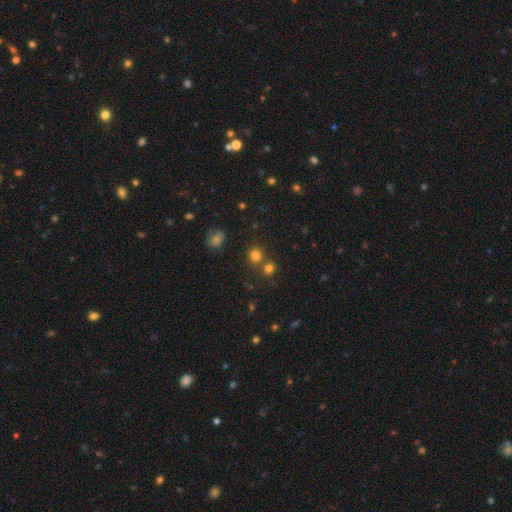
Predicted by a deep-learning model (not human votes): Q: Smooth or featured?
A: smooth (75%); runner-up: star or artifact (19%)
Q: How rounded?
A: round (85%); runner-up: in between (14%)
Q: Merging?
A: none (67%); runner-up: merger (23%)